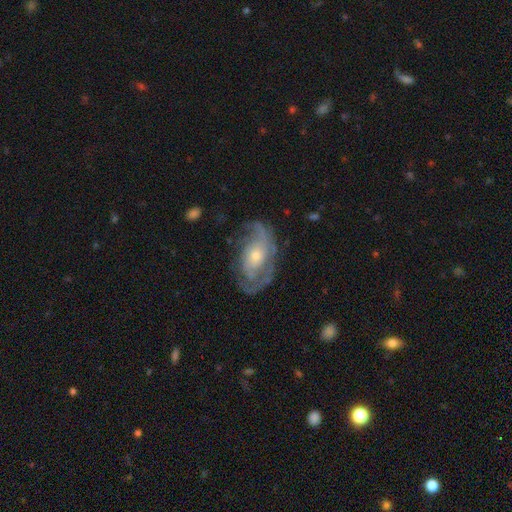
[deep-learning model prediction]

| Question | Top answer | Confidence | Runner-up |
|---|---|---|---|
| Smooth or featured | featured or disk | 82% | smooth (13%) |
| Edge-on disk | no | 95% | yes (5%) |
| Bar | no | 74% | weak (21%) |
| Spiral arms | yes | 89% | no (11%) |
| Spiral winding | medium | 40% | tight (39%) |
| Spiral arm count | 2 | 54% | can't tell (24%) |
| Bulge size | small | 58% | moderate (36%) |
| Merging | none | 64% | minor disturbance (21%) |